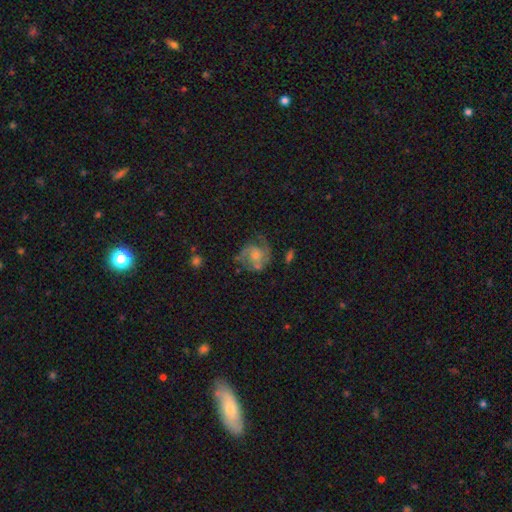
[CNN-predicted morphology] smooth-or-featured: featured or disk: 73% | smooth: 20% | star or artifact: 7%
  disk-edge-on: no: 98% | yes: 2%
    bar: no: 72% | weak: 24% | strong: 4%
    has-spiral-arms: yes: 89% | no: 11%
      spiral-winding: medium: 47% | tight: 32% | loose: 21%
      spiral-arm-count: 2: 56% | can't tell: 17% | 3: 13% | 1: 8% | 4: 3% | more than 4: 3%
    bulge-size: small: 43% | moderate: 36% | none: 13% | large: 6% | dominant: 2%
  merging: none: 54% | minor disturbance: 22% | major disturbance: 19% | merger: 4%